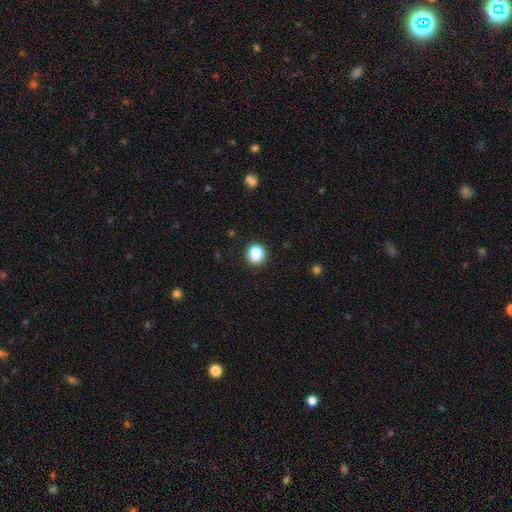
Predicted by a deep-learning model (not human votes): smooth_or_featured: smooth (p=0.84) [alt: star or artifact p=0.11]
how_rounded: round (p=0.83) [alt: in between p=0.16]
merging: none (p=0.91) [alt: minor disturbance p=0.06]